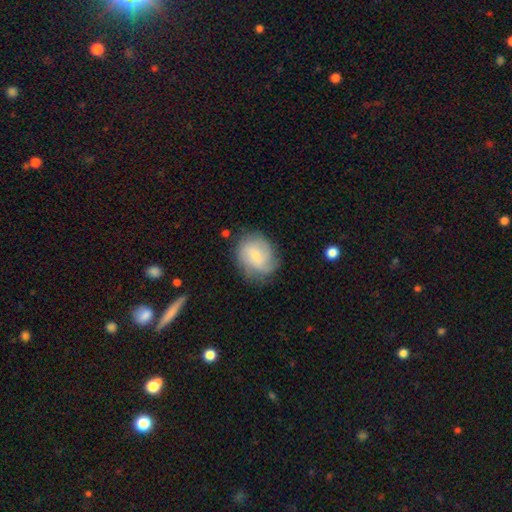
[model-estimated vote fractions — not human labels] This appears to be a featured or disk galaxy (48%). Merging: none (66%).